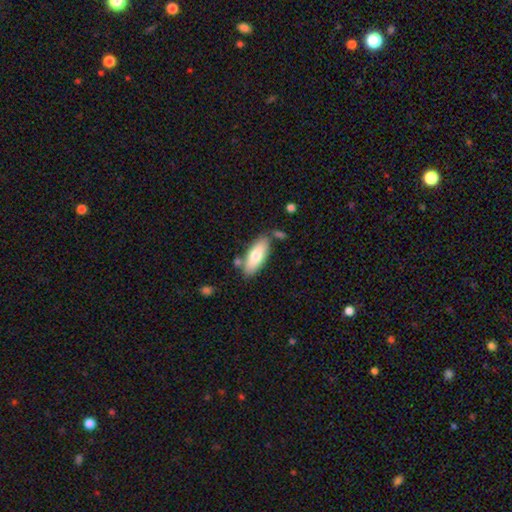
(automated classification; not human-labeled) This appears to be a smooth galaxy with no disk features (74%) that is in between round and cigar-shaped (73%). Merging: none (75%).